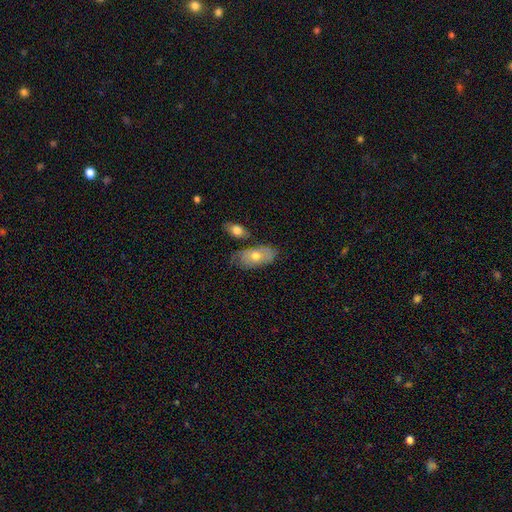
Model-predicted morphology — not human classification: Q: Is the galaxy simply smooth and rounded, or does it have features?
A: smooth — 55%.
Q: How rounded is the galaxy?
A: in between — 90%.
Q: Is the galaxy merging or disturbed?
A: none — 62%.